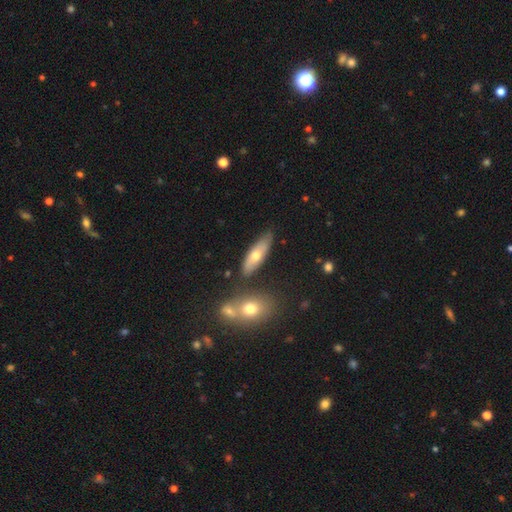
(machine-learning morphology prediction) Smooth or featured? smooth (58%)
How rounded? in between (49%)
Merging? none (76%)